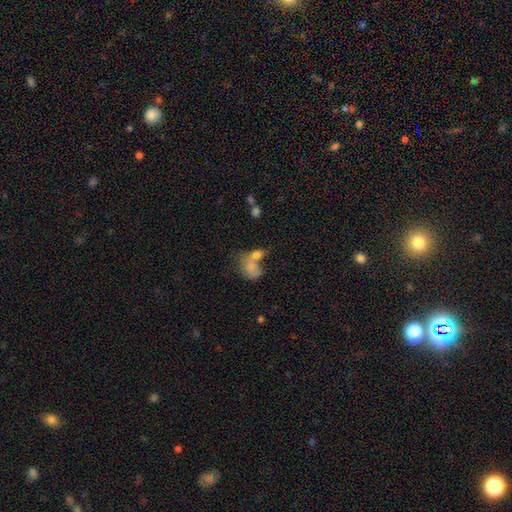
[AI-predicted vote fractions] This appears to be a smooth galaxy with no disk features (76%) that is in between round and cigar-shaped (76%). Merging: merger (54%).